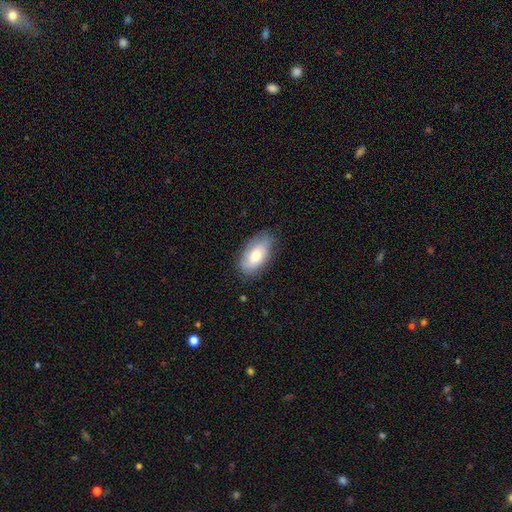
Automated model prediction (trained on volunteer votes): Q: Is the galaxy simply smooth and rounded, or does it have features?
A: smooth — 75%.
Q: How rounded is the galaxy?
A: in between — 93%.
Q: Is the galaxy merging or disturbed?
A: none — 78%.